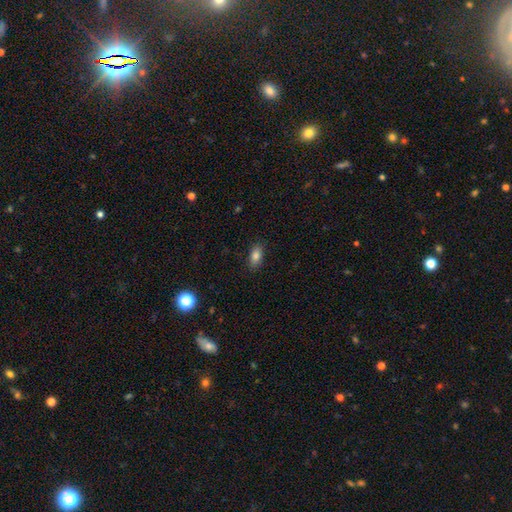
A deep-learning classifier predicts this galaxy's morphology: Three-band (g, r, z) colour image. It shows a smooth galaxy with no disk features (83%) that is in between round and cigar-shaped (87%). Merging: none (87%).